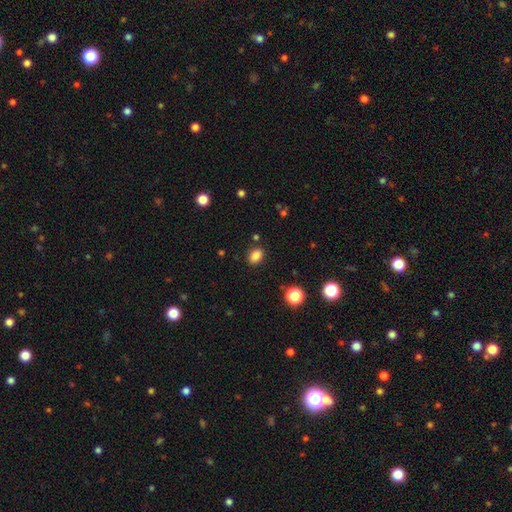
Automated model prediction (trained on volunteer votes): This is clearly a smooth galaxy (84%). How rounded: likely in between (71%). Merging: clearly none (86%).